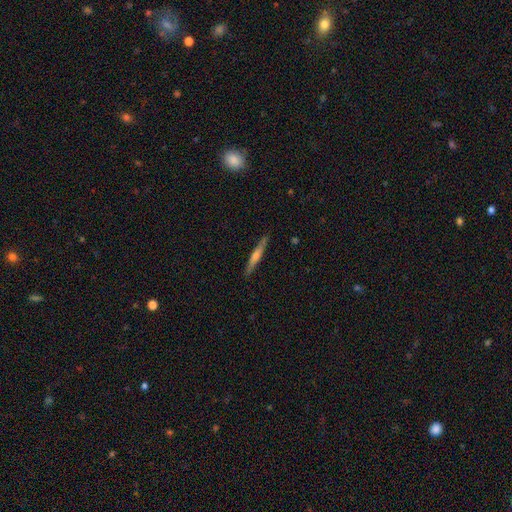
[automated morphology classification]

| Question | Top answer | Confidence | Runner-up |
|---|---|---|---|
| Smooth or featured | featured or disk | 65% | smooth (29%) |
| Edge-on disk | yes | 97% | no (3%) |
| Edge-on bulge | rounded | 70% | none (21%) |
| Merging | none | 91% | minor disturbance (7%) |